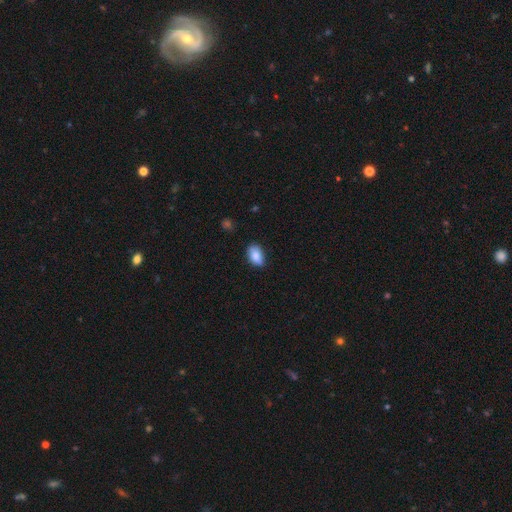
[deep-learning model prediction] Overall: smooth (85%). How rounded: in between (89%). Merging: none (70%).